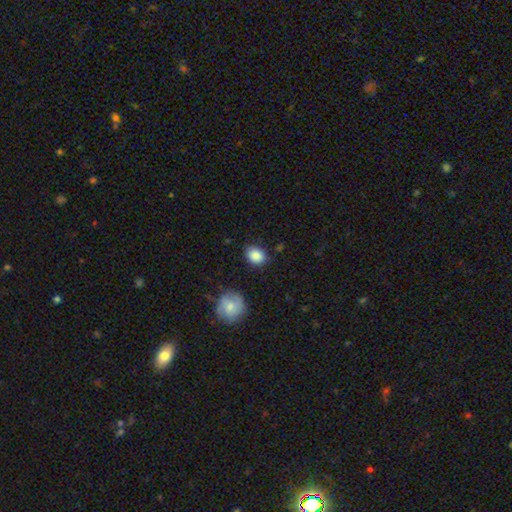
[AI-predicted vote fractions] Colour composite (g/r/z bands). It shows a smooth galaxy with no disk features (87%) that is in between round and cigar-shaped (54%). Merging: none (79%).